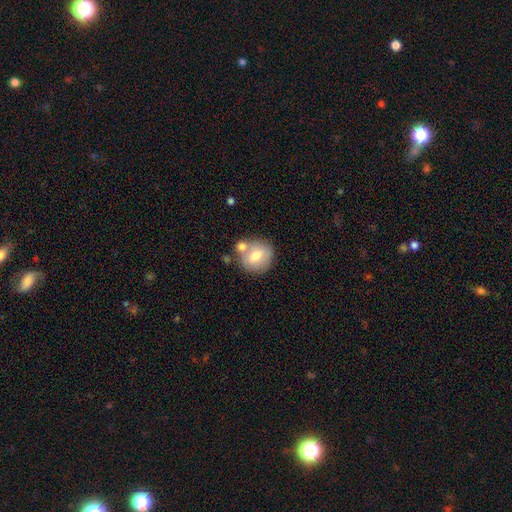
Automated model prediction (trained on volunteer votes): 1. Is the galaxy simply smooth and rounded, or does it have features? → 66% smooth, 26% featured or disk, 8% star or artifact.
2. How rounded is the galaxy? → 81% round, 18% in between, 1% cigar-shaped.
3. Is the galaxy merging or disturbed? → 57% none, 25% merger, 13% minor disturbance, 4% major disturbance.